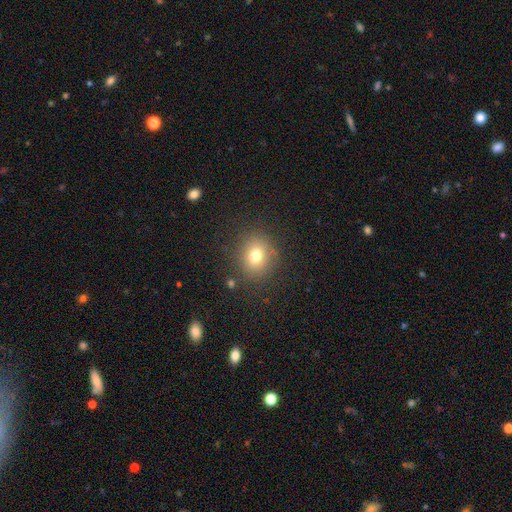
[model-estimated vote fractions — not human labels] smooth_or_featured: smooth (p=0.75) [alt: star or artifact p=0.14]
how_rounded: round (p=0.72) [alt: in between p=0.27]
merging: none (p=0.84) [alt: minor disturbance p=0.10]